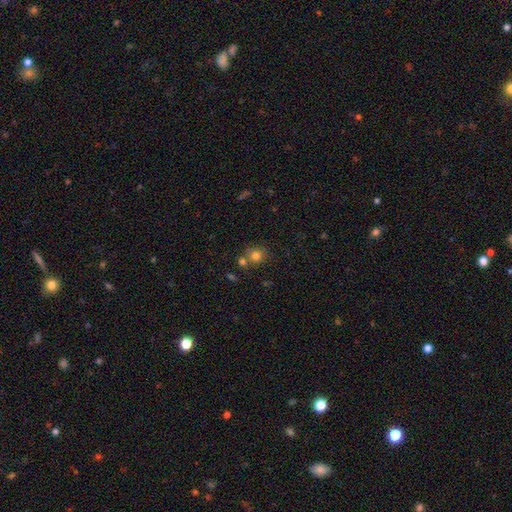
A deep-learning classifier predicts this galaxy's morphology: A smooth galaxy with no disk features (77%) that is round (82%). Merging: none (62%).